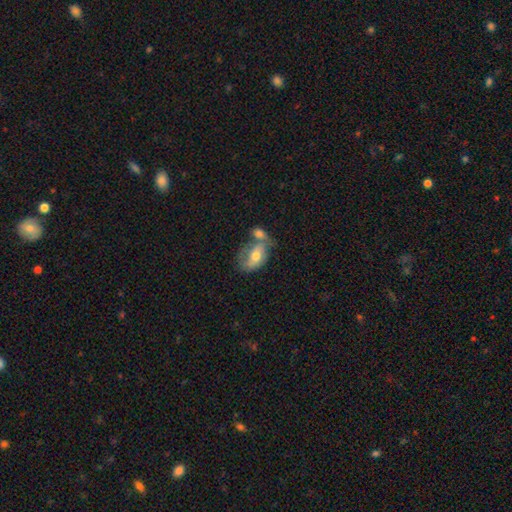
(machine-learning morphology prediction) smooth-or-featured: smooth: 49% | featured or disk: 44% | star or artifact: 7%
  merging: merger: 47% | none: 26% | minor disturbance: 16% | major disturbance: 11%